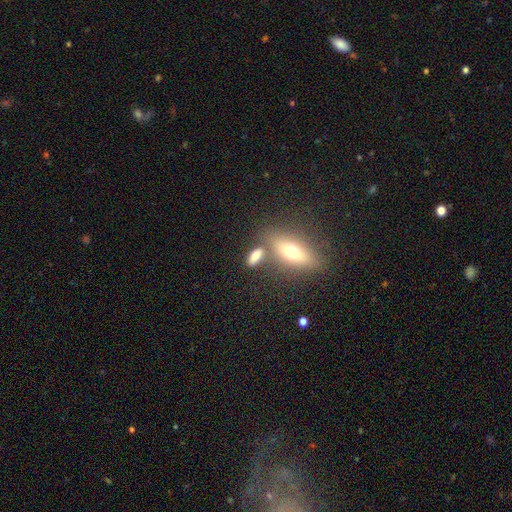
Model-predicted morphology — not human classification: Q: Smooth or featured?
A: smooth (74%); runner-up: featured or disk (15%)
Q: How rounded?
A: in between (67%); runner-up: cigar-shaped (25%)
Q: Merging?
A: none (64%); runner-up: merger (18%)